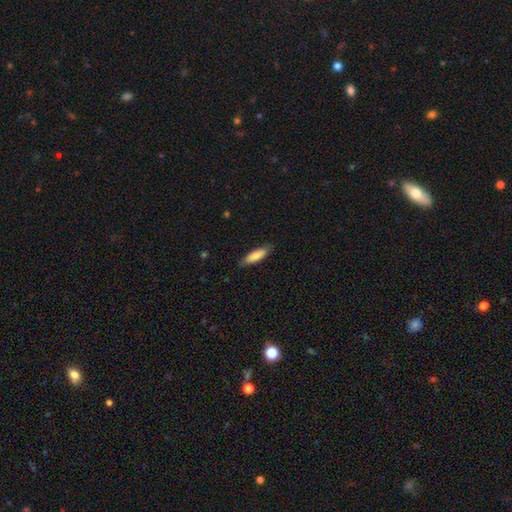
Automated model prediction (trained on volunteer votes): Overall: smooth (81%). How rounded: cigar-shaped (53%; in between 45%). Merging: none (83%).